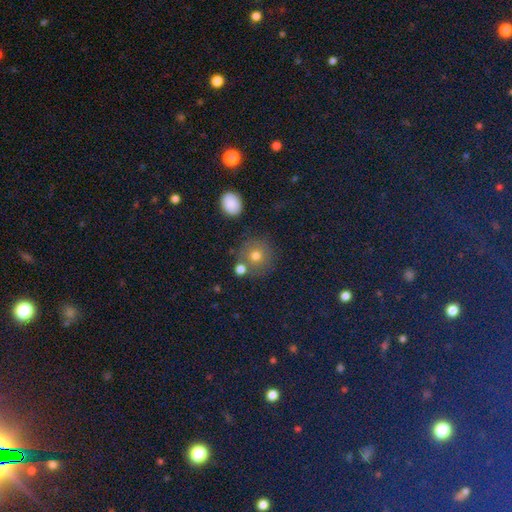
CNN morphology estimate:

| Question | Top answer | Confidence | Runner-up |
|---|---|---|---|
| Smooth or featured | smooth | 70% | star or artifact (17%) |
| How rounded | round | 91% | in between (8%) |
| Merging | none | 74% | merger (12%) |